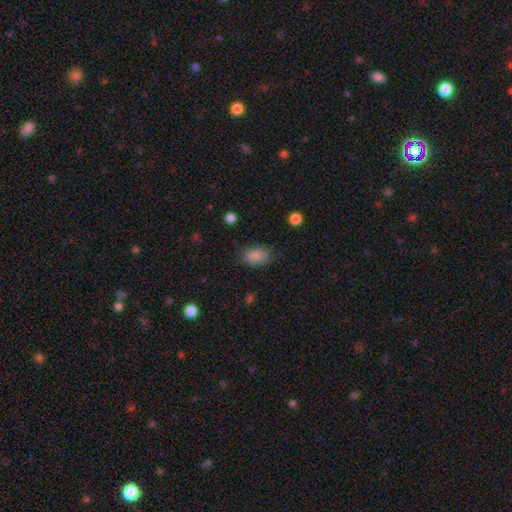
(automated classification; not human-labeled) smooth-or-featured: smooth: 85% | star or artifact: 9% | featured or disk: 6%
  how-rounded: in between: 85% | round: 14% | cigar-shaped: 1%
  merging: none: 76% | minor disturbance: 18% | major disturbance: 5% | merger: 1%